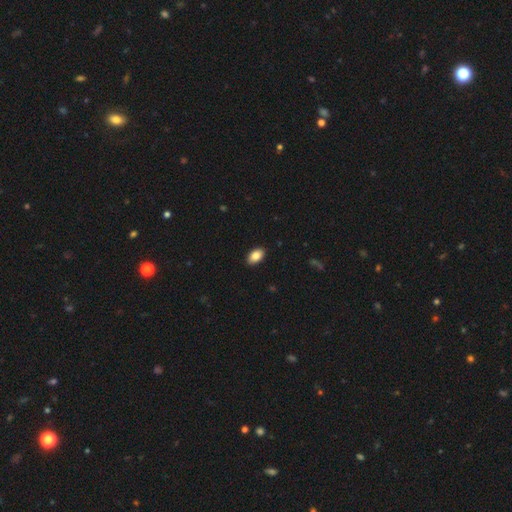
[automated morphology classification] Overall: smooth (86%). How rounded: in between (92%). Merging: none (90%).